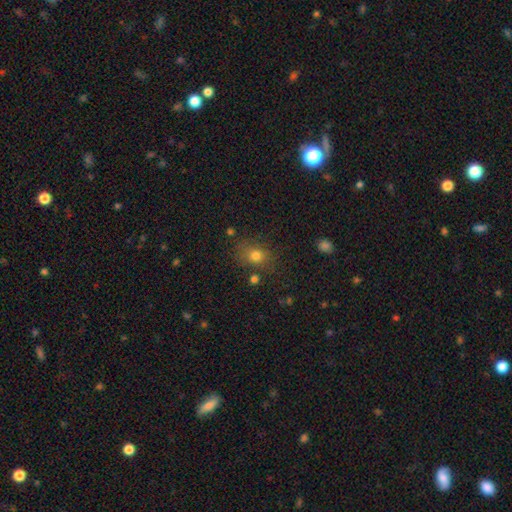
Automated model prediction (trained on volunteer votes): Q: Smooth or featured?
A: smooth (76%); runner-up: star or artifact (14%)
Q: How rounded?
A: round (54%); runner-up: in between (44%)
Q: Merging?
A: none (73%); runner-up: minor disturbance (17%)